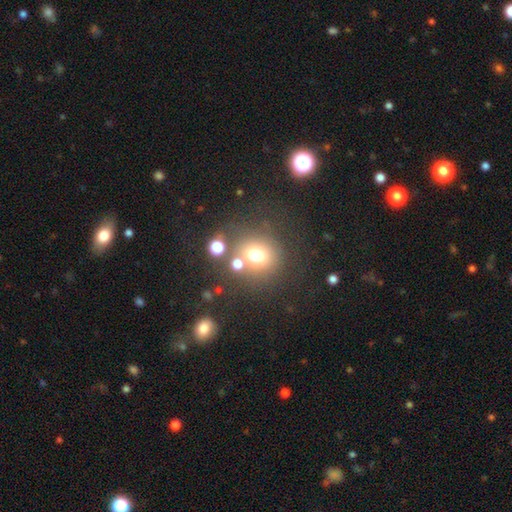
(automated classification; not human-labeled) The model was most divided on "merging": none: 66%, merger: 16%, minor disturbance: 11%, major disturbance: 7%. More confident: how rounded — round (86%); smooth or featured — smooth (70%).